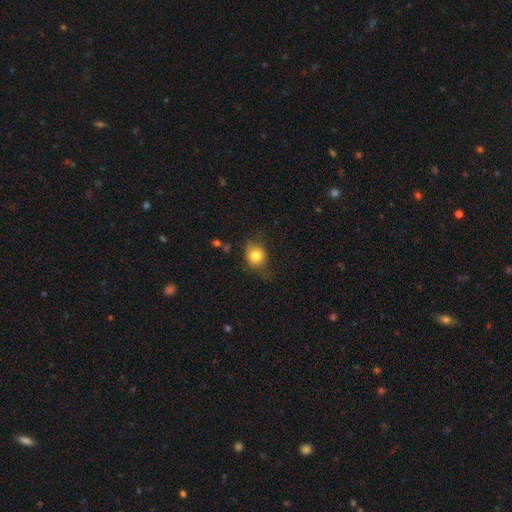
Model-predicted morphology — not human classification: A smooth galaxy with no disk features (78%) that is round (59%).

Vote fractions:
- Smooth or featured? smooth: 78% / featured or disk: 12% / star or artifact: 10%
- How rounded? round: 59% / in between: 40% / cigar-shaped: 1%
- Merging? none: 53% / minor disturbance: 32% / major disturbance: 12% / merger: 2%